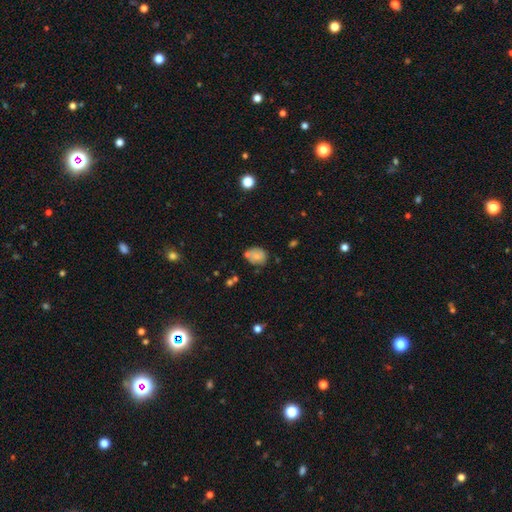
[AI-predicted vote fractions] A smooth galaxy with no disk features (68%) that is in between round and cigar-shaped (50%). Merging: none (60%).